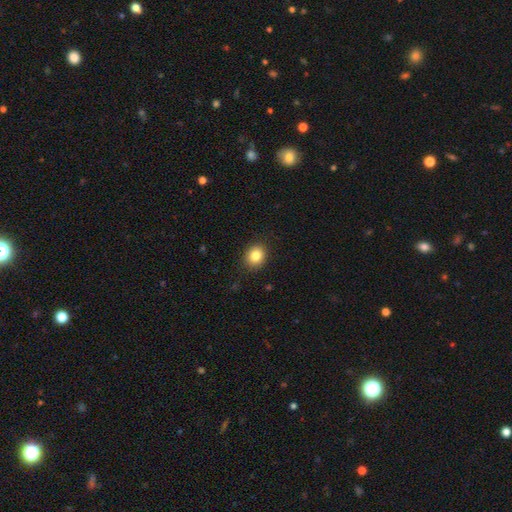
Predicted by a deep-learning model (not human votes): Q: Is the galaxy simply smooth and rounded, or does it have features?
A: smooth — 84%.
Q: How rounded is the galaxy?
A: round — 59%.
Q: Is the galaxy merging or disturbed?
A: none — 88%.